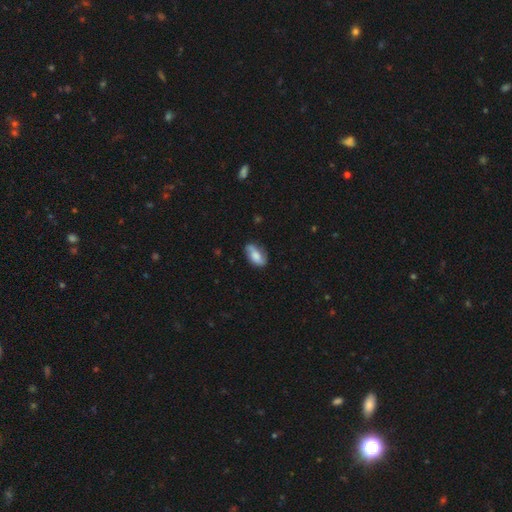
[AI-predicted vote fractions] smooth 52%, featured or disk 41%, star or artifact 8%. Down the decision tree: how rounded — in between (88%); merging — none (70%).